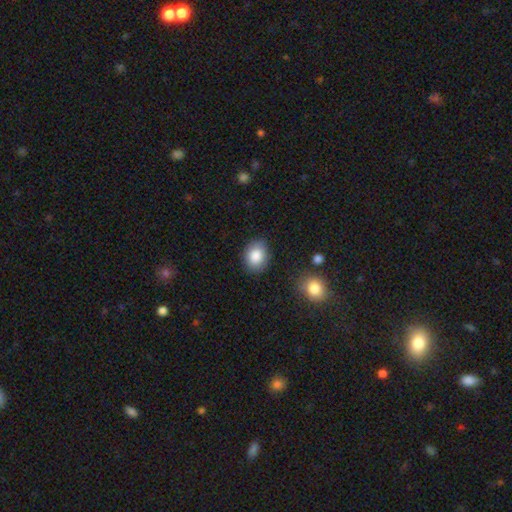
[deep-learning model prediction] smooth-or-featured: smooth: 86% | star or artifact: 8% | featured or disk: 6%
  how-rounded: in between: 56% | round: 43% | cigar-shaped: 1%
  merging: none: 84% | minor disturbance: 11% | major disturbance: 3% | merger: 2%